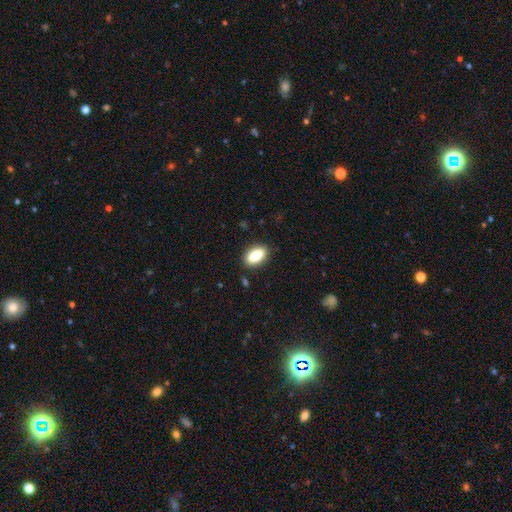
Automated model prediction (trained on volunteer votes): A smooth galaxy with no disk features (84%) that is in between round and cigar-shaped (89%).

Vote fractions:
- Smooth or featured? smooth: 84% / featured or disk: 9% / star or artifact: 8%
- How rounded? in between: 89% / cigar-shaped: 6% / round: 5%
- Merging? none: 88% / minor disturbance: 9% / major disturbance: 2% / merger: 1%